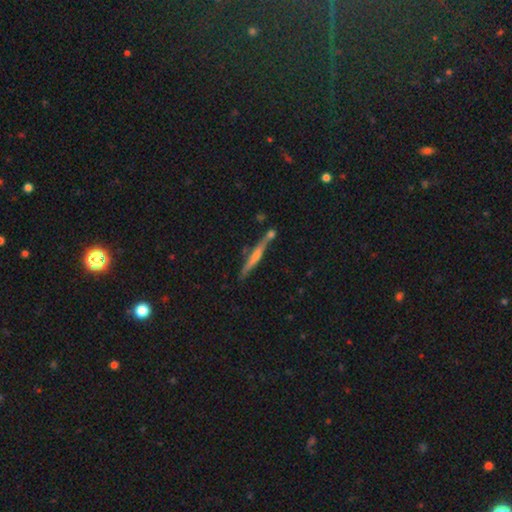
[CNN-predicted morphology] Smooth or featured?
  - featured or disk: 63% *
  - smooth: 29%
  - star or artifact: 8%
Edge-on disk?
  - yes: 96% *
  - no: 4%
Edge-on bulge?
  - rounded: 57% *
  - none: 32%
  - boxy: 11%
Merging?
  - none: 75% *
  - minor disturbance: 12%
  - merger: 10%
  - major disturbance: 3%